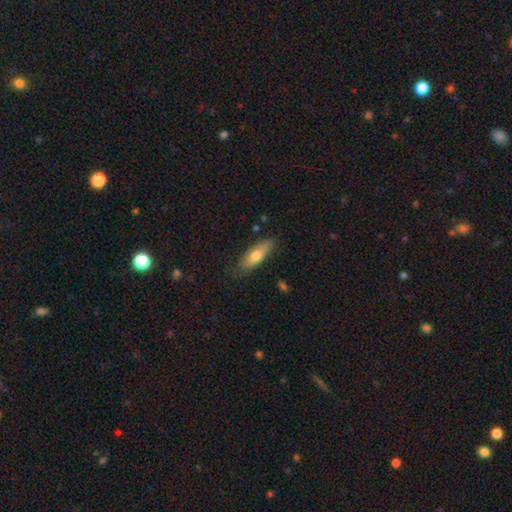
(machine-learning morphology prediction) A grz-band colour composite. It shows a smooth galaxy with no disk features (68%) that is in between round and cigar-shaped (58%). Merging: none (74%).